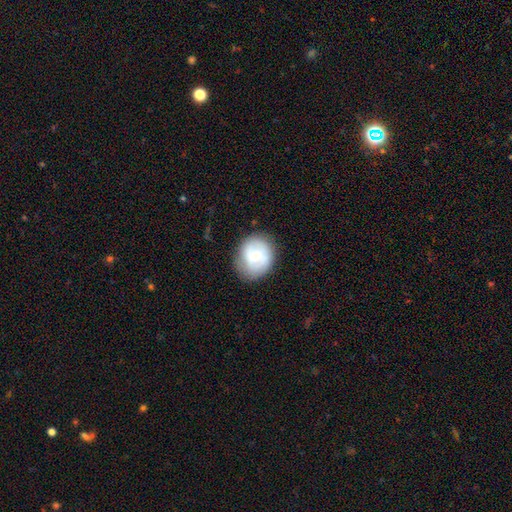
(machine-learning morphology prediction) Smooth or featured: smooth — 60% (featured or disk — 33%)
How rounded: round — 68% (in between — 31%)
Merging: none — 72% (minor disturbance — 20%)